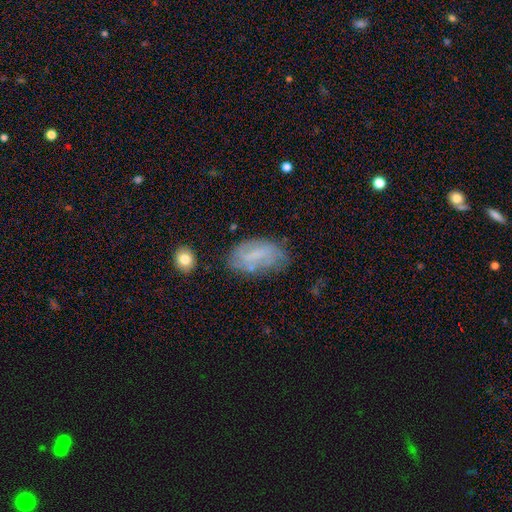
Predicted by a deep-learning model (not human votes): Morphology: type=featured or disk (46%); merging=none (58%).